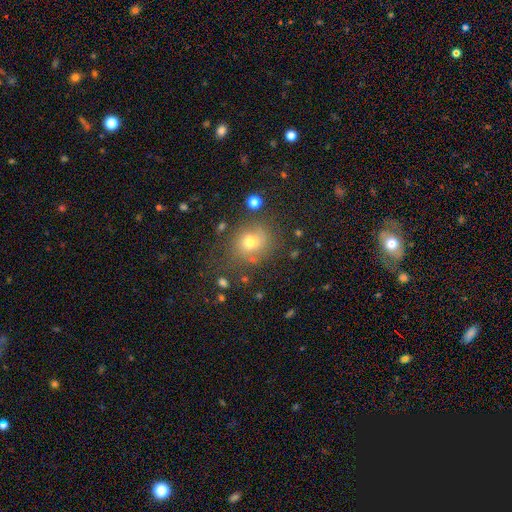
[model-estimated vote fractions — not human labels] smooth-or-featured: smooth: 51% | star or artifact: 38% | featured or disk: 12%
  how-rounded: round: 76% | in between: 23% | cigar-shaped: 1%
  merging: none: 78% | minor disturbance: 11% | major disturbance: 5% | merger: 5%